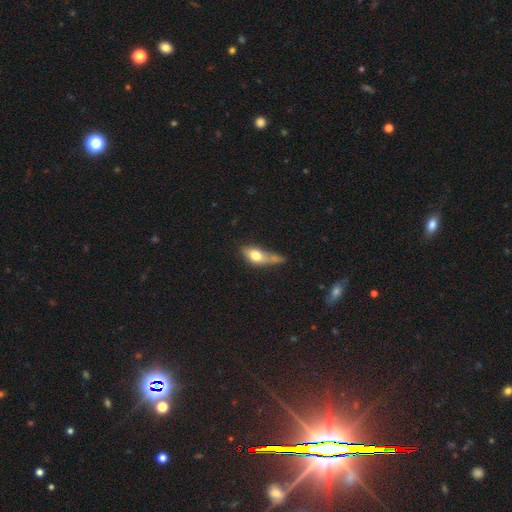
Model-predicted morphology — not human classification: smooth 68%, featured or disk 24%, star or artifact 8%. Down the decision tree: how rounded — in between (69%); merging — none (27%, tied with minor disturbance).